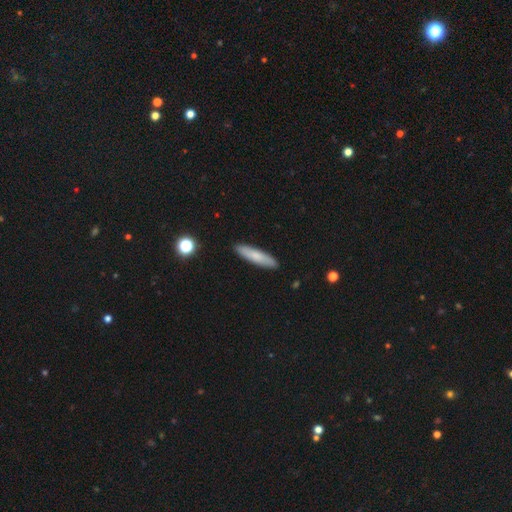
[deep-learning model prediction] Smooth or featured? smooth (75%)
How rounded? cigar-shaped (82%)
Merging? none (90%)